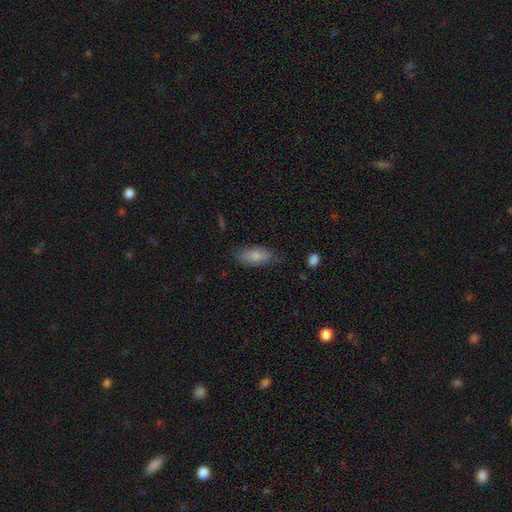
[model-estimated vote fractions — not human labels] A smooth galaxy with no disk features (78%) that is in between round and cigar-shaped (84%).

Vote fractions:
- Smooth or featured? smooth: 78% / featured or disk: 15% / star or artifact: 7%
- How rounded? in between: 84% / cigar-shaped: 14% / round: 3%
- Merging? none: 69% / minor disturbance: 24% / major disturbance: 6% / merger: 2%